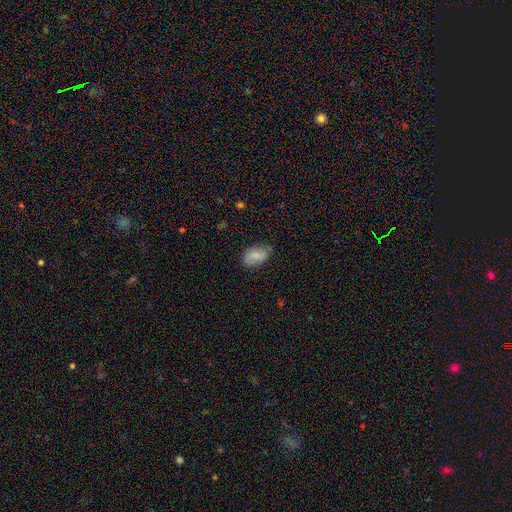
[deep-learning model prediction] Q: Smooth or featured?
A: smooth (69%); runner-up: featured or disk (23%)
Q: How rounded?
A: in between (92%); runner-up: round (7%)
Q: Merging?
A: none (68%); runner-up: minor disturbance (25%)